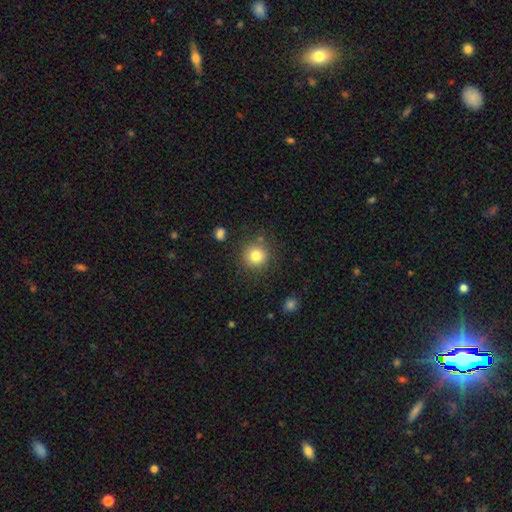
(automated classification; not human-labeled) Smooth or featured? Predicted: smooth (p=0.81). How rounded? Predicted: round (p=0.93). Merging? Predicted: none (p=0.85).